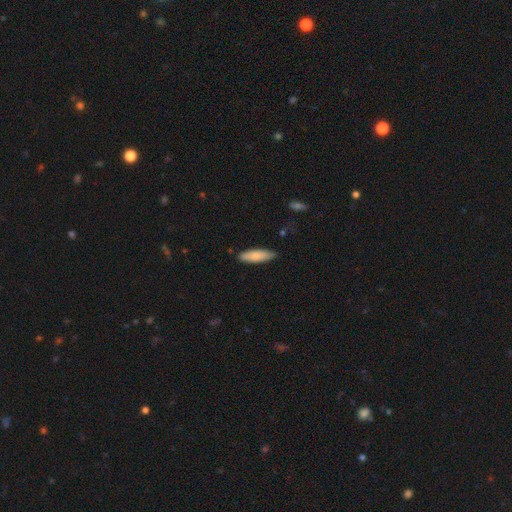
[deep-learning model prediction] This appears to be a smooth galaxy with no disk features (83%) that is cigar-shaped (57%). Merging: none (85%).